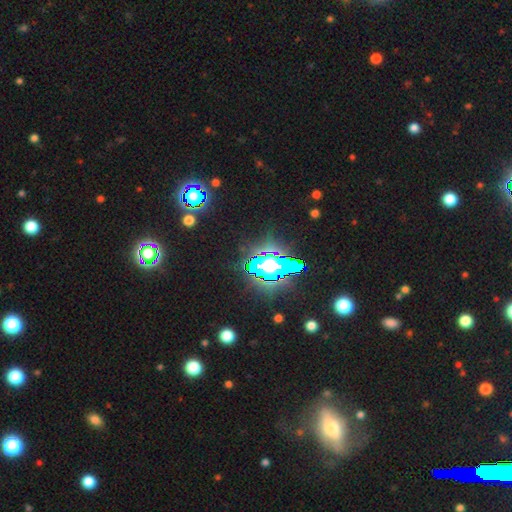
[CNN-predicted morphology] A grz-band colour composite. It shows a star or artifact, not a galaxy (82%).